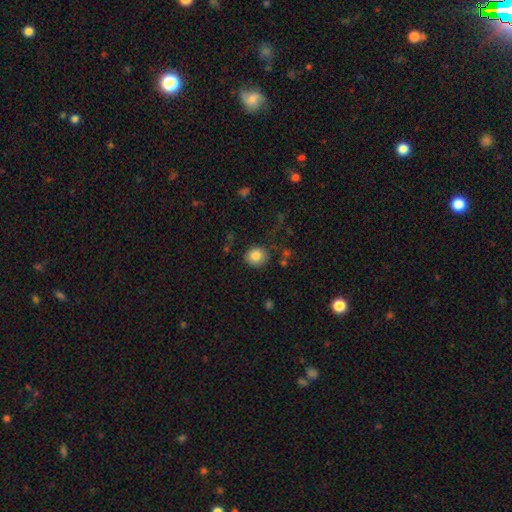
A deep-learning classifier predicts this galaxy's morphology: Smooth or featured?
  - smooth: 84% *
  - star or artifact: 9%
  - featured or disk: 7%
How rounded?
  - round: 77% *
  - in between: 22%
  - cigar-shaped: 1%
Merging?
  - none: 81% *
  - minor disturbance: 13%
  - major disturbance: 4%
  - merger: 2%